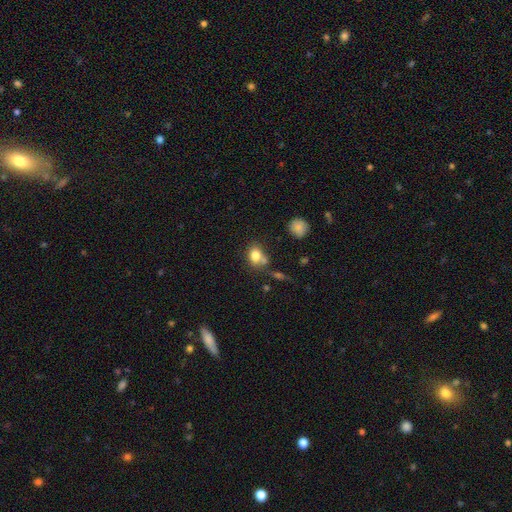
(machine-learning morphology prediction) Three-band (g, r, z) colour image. It shows a smooth galaxy with no disk features (79%) that is in between round and cigar-shaped (65%). Merging: none (48%).